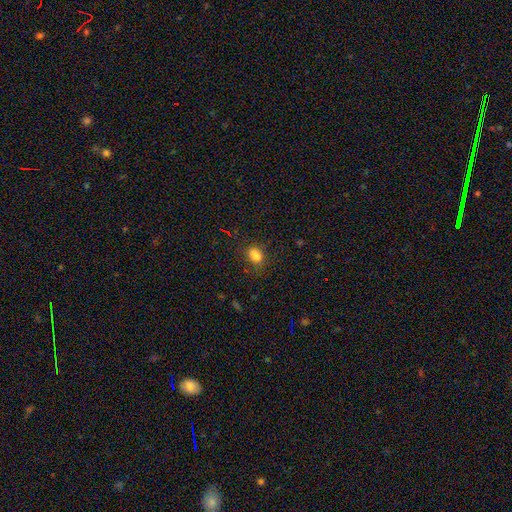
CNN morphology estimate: Smooth or featured? Predicted: smooth (p=0.79). How rounded? Predicted: in between (p=0.65). Merging? Predicted: none (p=0.71).